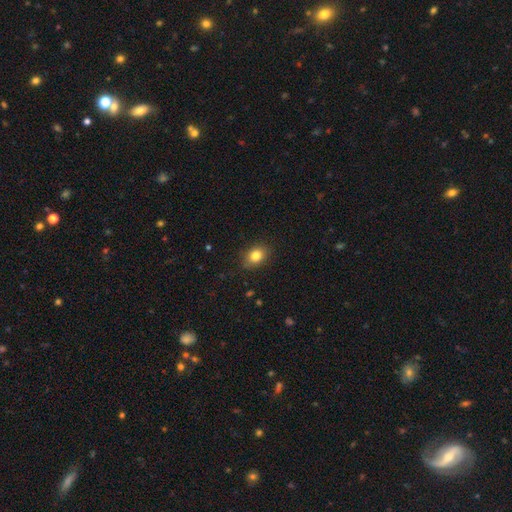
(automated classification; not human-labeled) Morphology: type=smooth (83%); roundness=in between (60%); merging=none (82%).